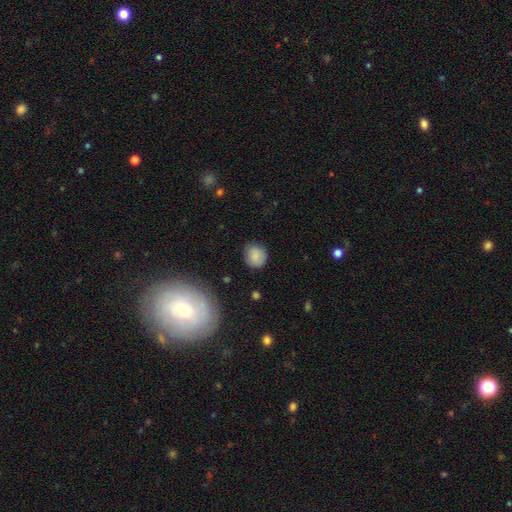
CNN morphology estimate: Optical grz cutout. It shows a smooth galaxy with no disk features (83%) that is round (77%). Merging: none (78%).